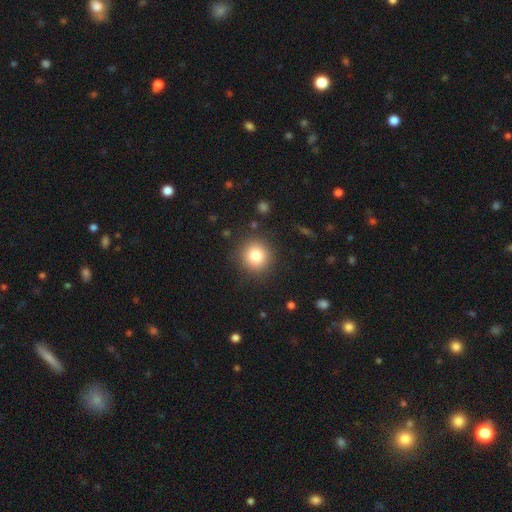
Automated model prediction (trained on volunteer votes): A smooth galaxy with no disk features (82%) that is round (92%). Merging: none (88%).